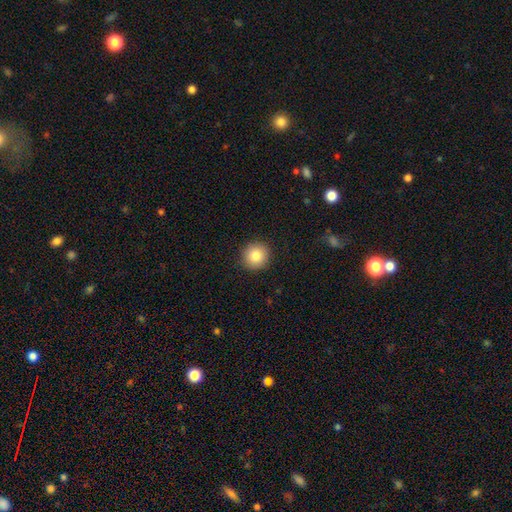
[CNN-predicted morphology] This is clearly a smooth galaxy (84%). How rounded: clearly round (92%). Merging: clearly none (91%).